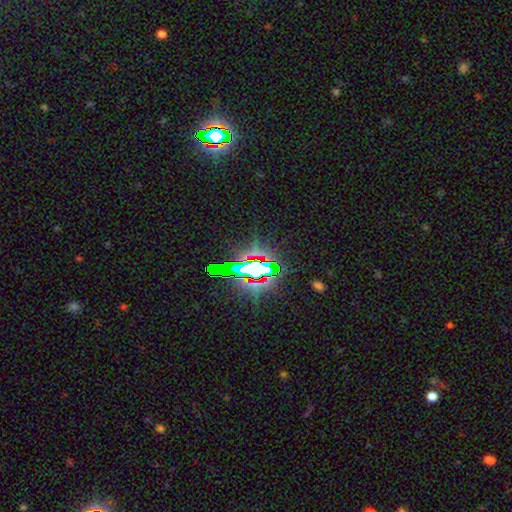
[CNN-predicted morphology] This appears to be a star or artifact, not a galaxy (74%).